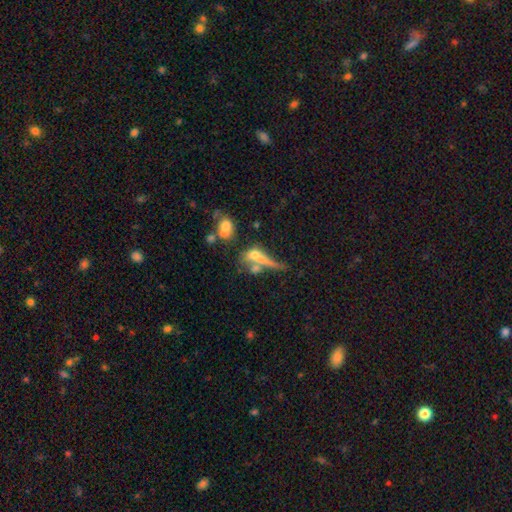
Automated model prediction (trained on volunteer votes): smooth-or-featured: smooth: 43% | featured or disk: 42% | star or artifact: 15%
  merging: merger: 39% | none: 29% | major disturbance: 19% | minor disturbance: 13%